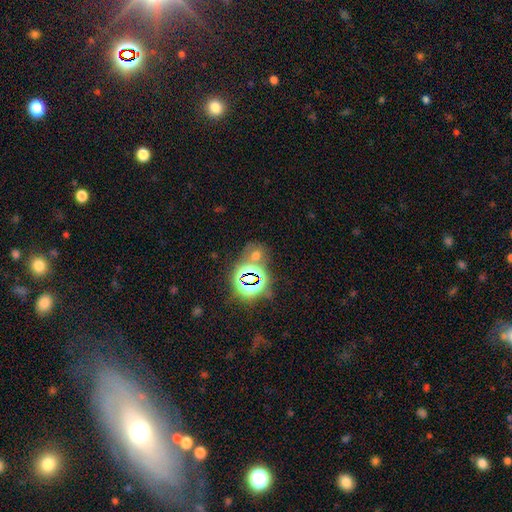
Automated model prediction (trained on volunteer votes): Smooth or featured: star or artifact — 56% (smooth — 33%)